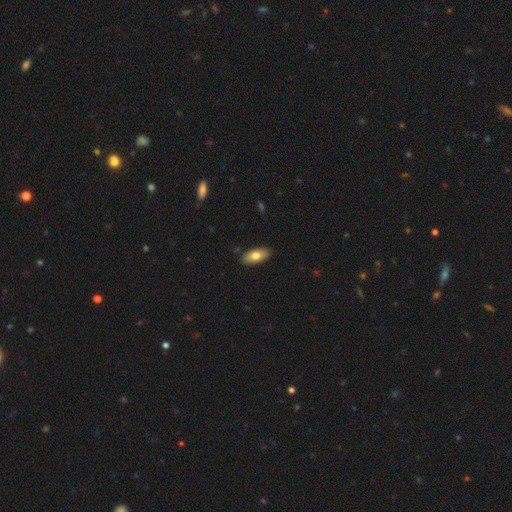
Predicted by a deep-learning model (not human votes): A smooth galaxy with no disk features (75%) that is in between round and cigar-shaped (87%).

Vote fractions:
- Smooth or featured? smooth: 75% / featured or disk: 18% / star or artifact: 6%
- How rounded? in between: 87% / cigar-shaped: 10% / round: 3%
- Merging? none: 87% / minor disturbance: 10% / major disturbance: 2% / merger: 1%